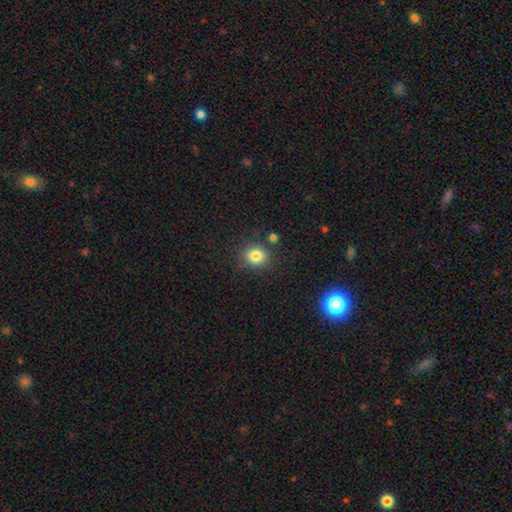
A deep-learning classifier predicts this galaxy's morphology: smooth 82%, star or artifact 11%, featured or disk 6%. Down the decision tree: how rounded — round (79%); merging — none (81%).